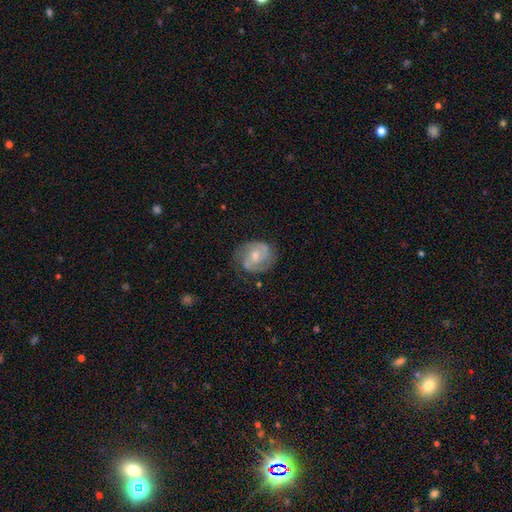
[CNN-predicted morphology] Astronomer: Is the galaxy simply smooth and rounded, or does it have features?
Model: featured or disk — 73%.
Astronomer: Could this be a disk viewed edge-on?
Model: no — 97%.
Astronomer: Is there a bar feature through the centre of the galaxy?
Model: no — 49% (runner-up: weak, 41%).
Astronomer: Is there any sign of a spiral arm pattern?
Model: yes — 90%.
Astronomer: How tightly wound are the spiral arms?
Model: medium — 47% (runner-up: tight, 37%).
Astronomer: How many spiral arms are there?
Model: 2 — 79%.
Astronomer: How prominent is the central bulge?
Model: moderate — 53% (runner-up: small, 42%).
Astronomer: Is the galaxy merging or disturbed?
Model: none — 69%.